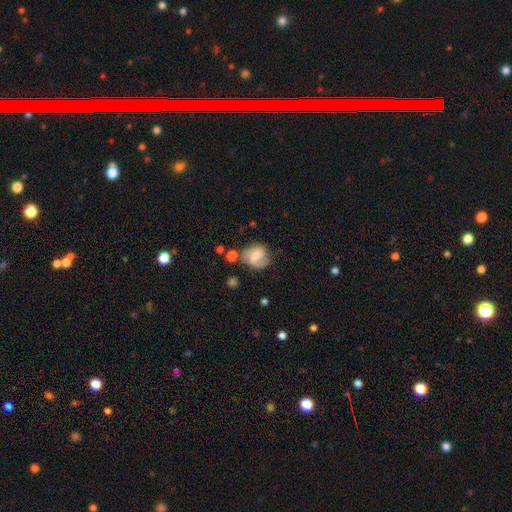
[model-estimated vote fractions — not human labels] Smooth or featured: featured or disk — 48% (smooth — 44%)
Merging: none — 61% (minor disturbance — 23%)